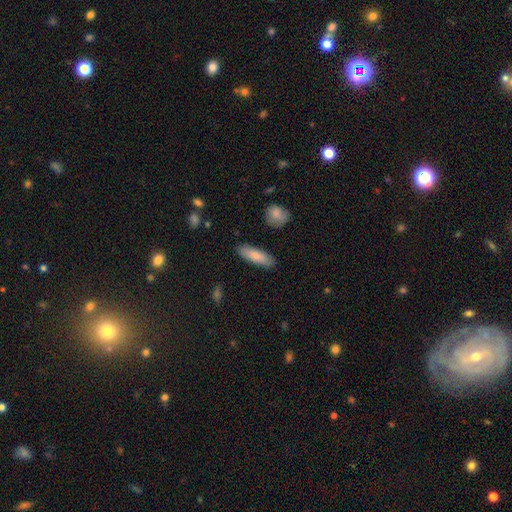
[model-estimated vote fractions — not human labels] The model was most divided on "how rounded": cigar-shaped: 50%, in between: 48%, round: 2%. More confident: merging — none (87%); smooth or featured — smooth (80%).